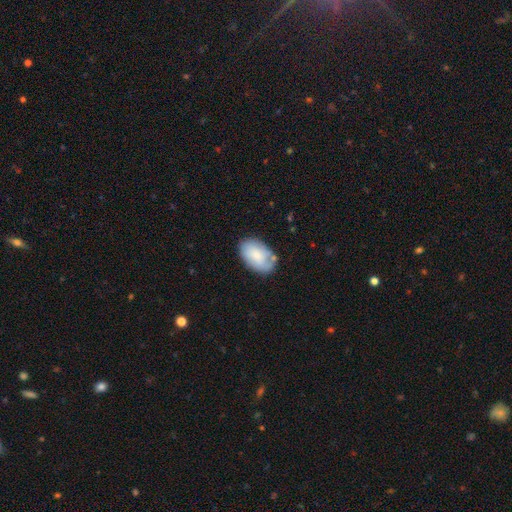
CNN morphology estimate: Smooth or featured?
  - smooth: 74% *
  - featured or disk: 19%
  - star or artifact: 7%
How rounded?
  - in between: 92% *
  - round: 7%
  - cigar-shaped: 1%
Merging?
  - none: 71% *
  - minor disturbance: 19%
  - major disturbance: 5%
  - merger: 4%